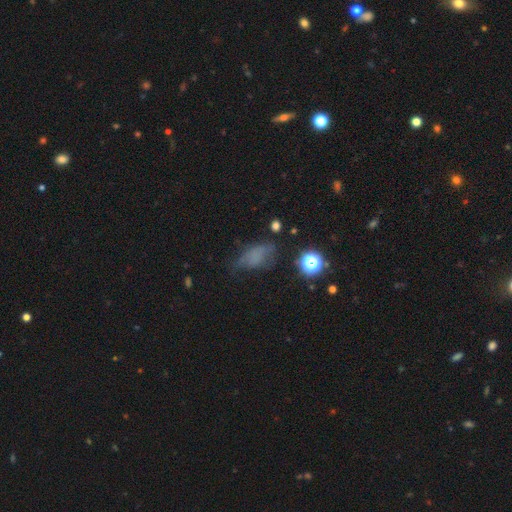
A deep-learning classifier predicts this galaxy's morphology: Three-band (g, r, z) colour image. It shows a smooth galaxy with no disk features (53%) that is in between round and cigar-shaped (76%). Merging: none (44%).